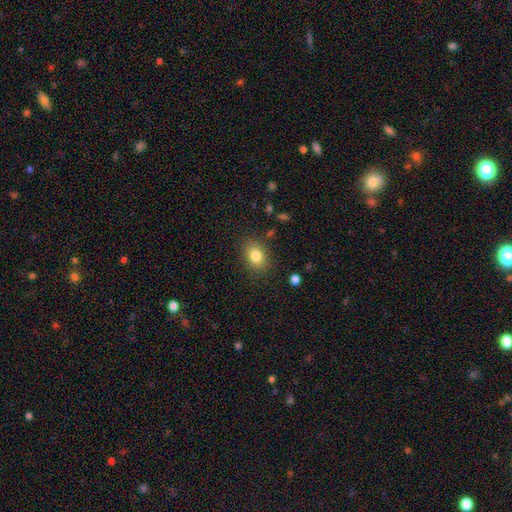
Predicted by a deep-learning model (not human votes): Overall: smooth (83%). How rounded: in between (65%; round 33%). Merging: none (84%).